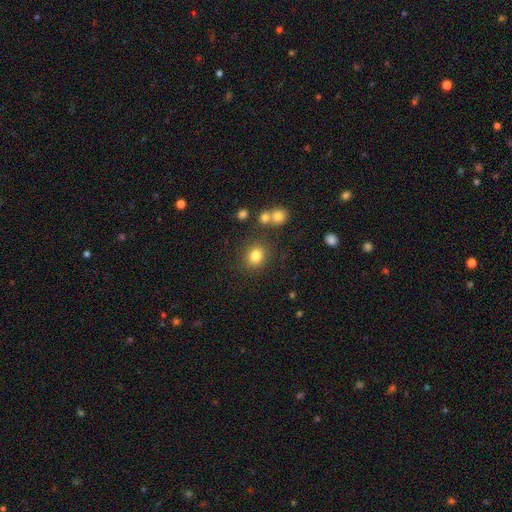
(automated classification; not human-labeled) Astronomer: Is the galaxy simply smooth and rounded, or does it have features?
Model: smooth — 81%.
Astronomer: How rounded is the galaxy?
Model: round — 72%.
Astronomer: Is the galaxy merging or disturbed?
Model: none — 81%.